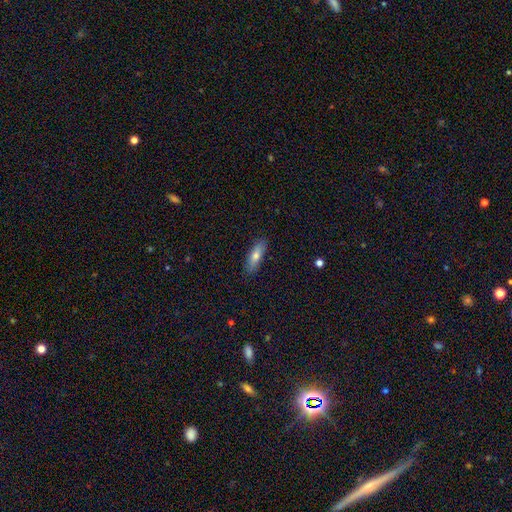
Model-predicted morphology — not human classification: Smooth or featured? Predicted: smooth (p=0.68). How rounded? Predicted: cigar-shaped (p=0.56). Merging? Predicted: none (p=0.88).